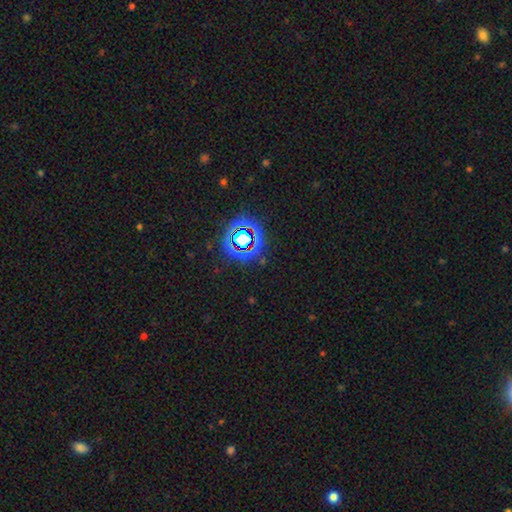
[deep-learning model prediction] star or artifact 67%, smooth 24%, featured or disk 9%.